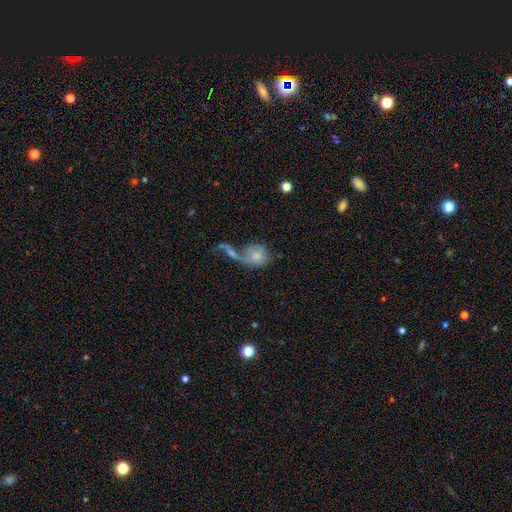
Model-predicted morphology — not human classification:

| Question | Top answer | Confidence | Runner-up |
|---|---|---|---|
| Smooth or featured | smooth | 64% | featured or disk (28%) |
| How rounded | round | 57% | in between (40%) |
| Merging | merger | 50% | none (22%) |